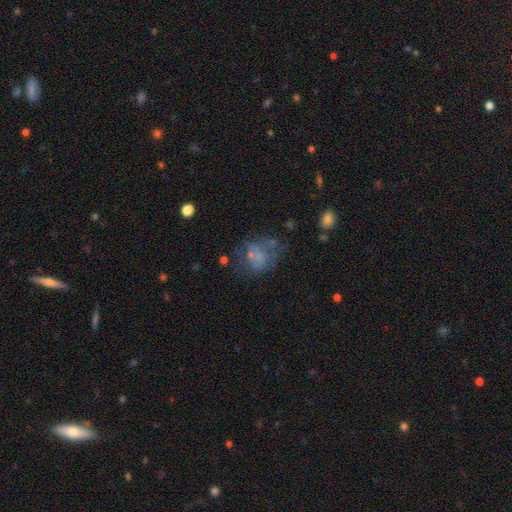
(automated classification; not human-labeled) Overall: smooth (44%; featured or disk 37%). Merging: none (41%; major disturbance 26%).